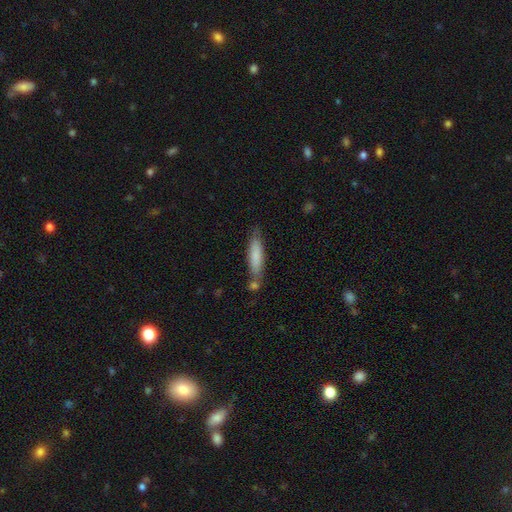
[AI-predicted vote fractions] A smooth galaxy with no disk features (77%) that is cigar-shaped (76%).

Vote fractions:
- Smooth or featured? smooth: 77% / featured or disk: 16% / star or artifact: 6%
- How rounded? cigar-shaped: 76% / in between: 22% / round: 1%
- Merging? none: 66% / minor disturbance: 18% / merger: 12% / major disturbance: 4%